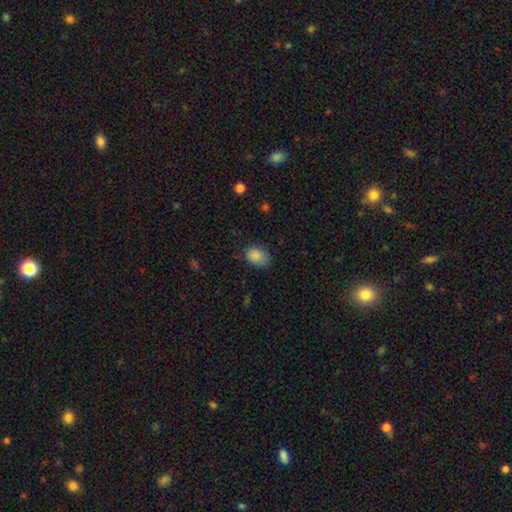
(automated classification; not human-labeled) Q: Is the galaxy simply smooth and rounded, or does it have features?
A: smooth — 87%.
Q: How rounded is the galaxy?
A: in between — 80%.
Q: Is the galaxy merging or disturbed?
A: none — 70%.